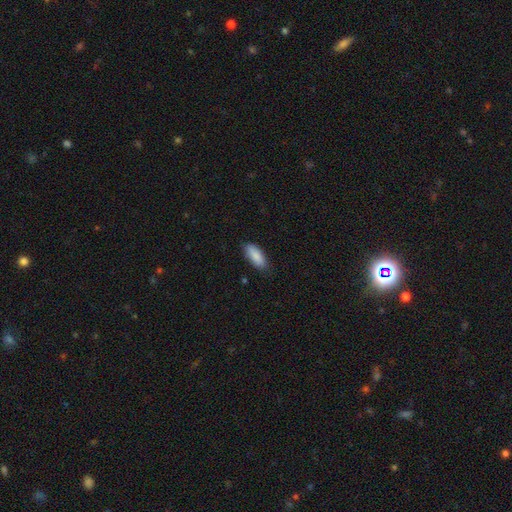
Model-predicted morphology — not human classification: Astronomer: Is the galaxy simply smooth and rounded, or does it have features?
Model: smooth — 87%.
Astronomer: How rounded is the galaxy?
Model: in between — 79%.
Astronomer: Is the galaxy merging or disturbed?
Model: none — 81%.